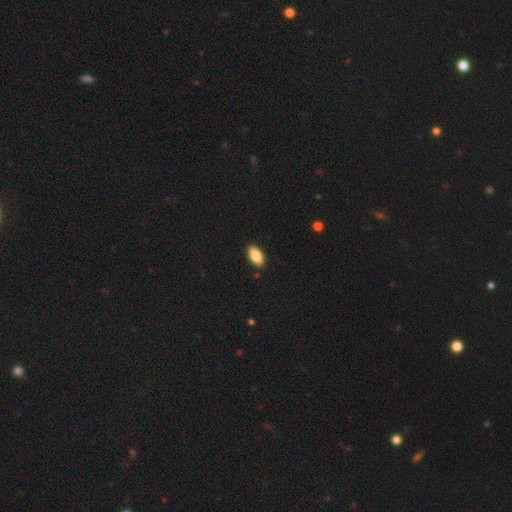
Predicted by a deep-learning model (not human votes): Smooth or featured? smooth (83%)
How rounded? in between (91%)
Merging? none (89%)